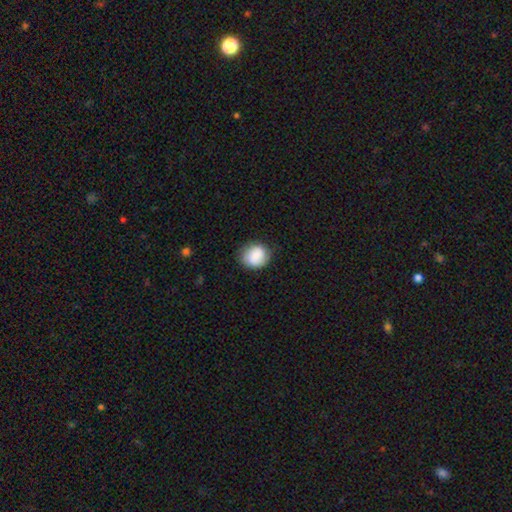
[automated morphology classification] smooth_or_featured: smooth (p=0.78) [alt: featured or disk p=0.15]
how_rounded: round (p=0.75) [alt: in between p=0.24]
merging: none (p=0.78) [alt: minor disturbance p=0.17]